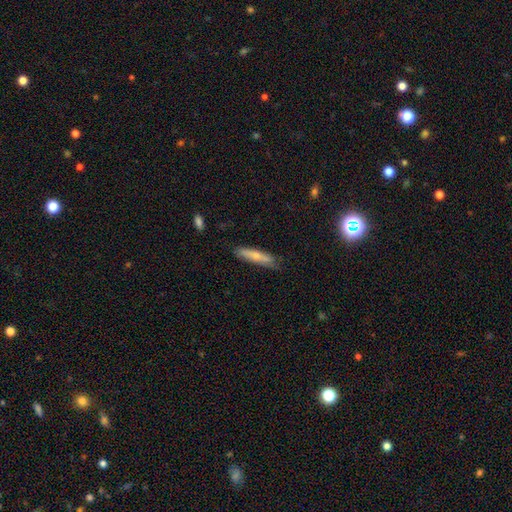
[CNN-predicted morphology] This is likely a smooth galaxy (64%). How rounded: clearly cigar-shaped (82%). Merging: likely none (77%).